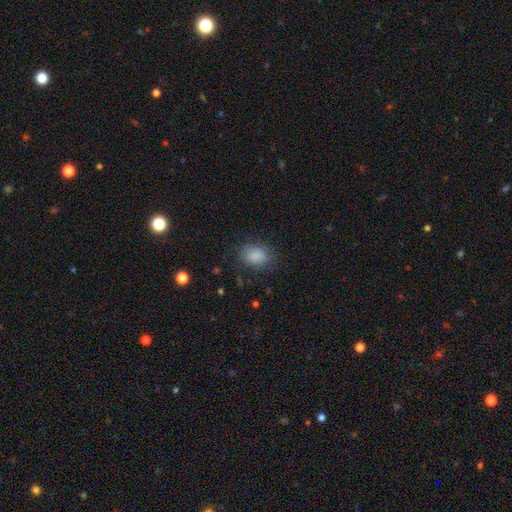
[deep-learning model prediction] Overall: smooth (86%). How rounded: in between (66%; round 33%). Merging: none (79%).